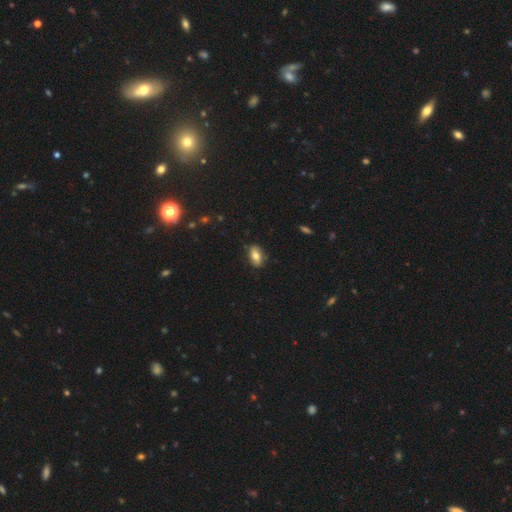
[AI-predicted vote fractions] smooth_or_featured: smooth (p=0.73) [alt: featured or disk p=0.19]
how_rounded: in between (p=0.88) [alt: round p=0.08]
merging: none (p=0.82) [alt: minor disturbance p=0.14]